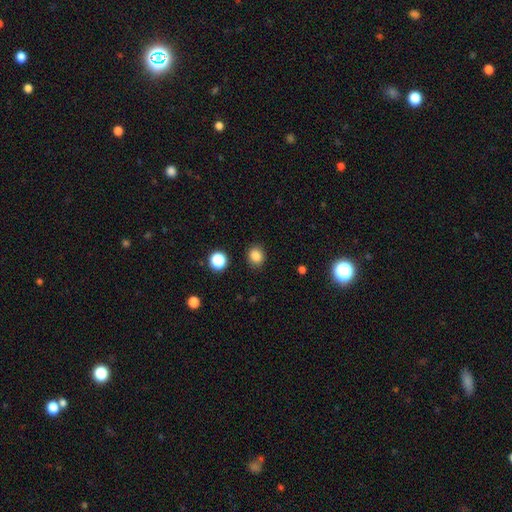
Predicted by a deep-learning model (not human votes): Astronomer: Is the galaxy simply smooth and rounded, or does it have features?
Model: smooth — 84%.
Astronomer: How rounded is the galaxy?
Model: round — 72%.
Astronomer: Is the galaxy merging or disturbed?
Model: none — 88%.